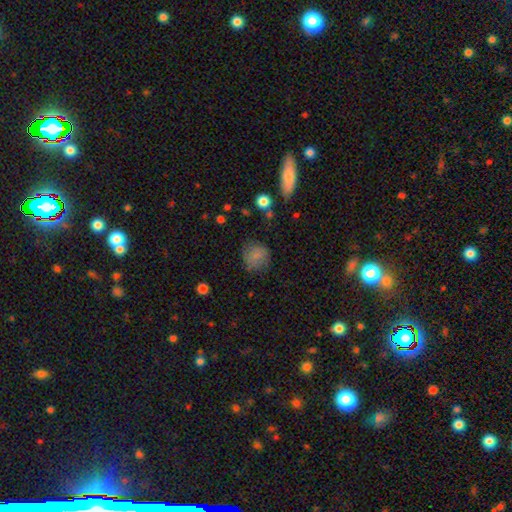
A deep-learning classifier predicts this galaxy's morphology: Overall: smooth (78%). How rounded: round (85%). Merging: none (73%).